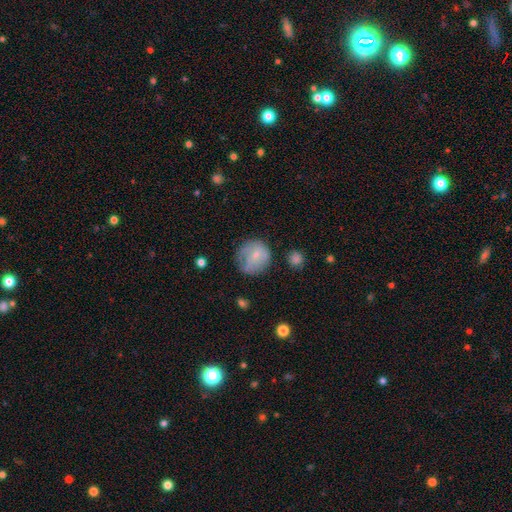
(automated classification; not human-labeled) Overall: smooth (60%; featured or disk 32%). How rounded: round (85%). Merging: none (58%; minor disturbance 25%).